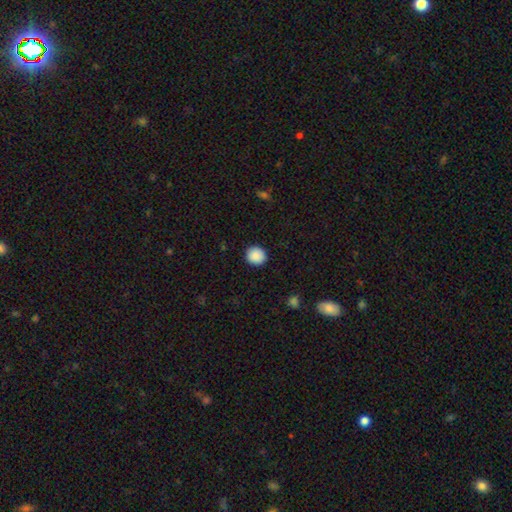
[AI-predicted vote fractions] Overall: smooth (90%). How rounded: round (88%). Merging: none (91%).